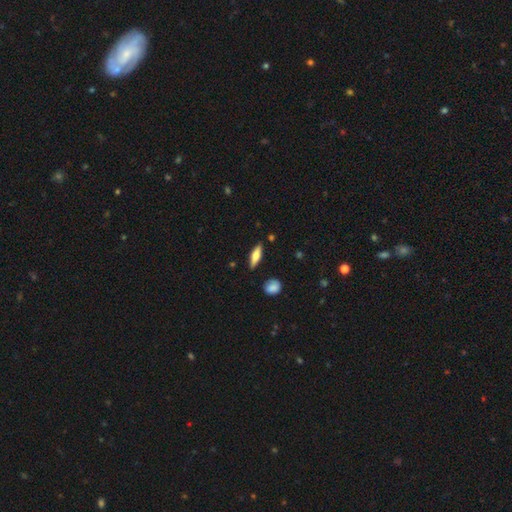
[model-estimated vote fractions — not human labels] This is possibly a smooth galaxy (55%). How rounded: possibly cigar-shaped (59%). Merging: clearly none (86%).